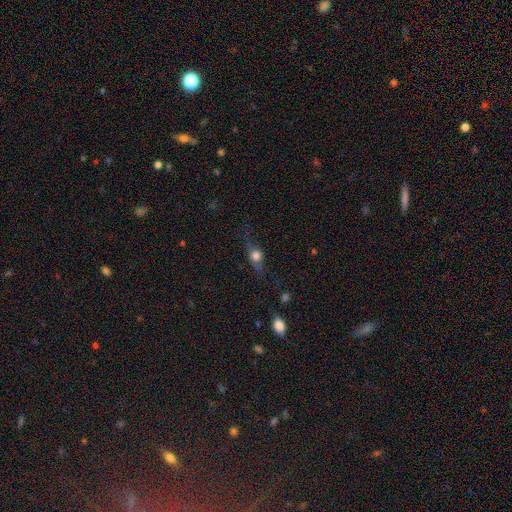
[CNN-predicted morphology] smooth 57%, featured or disk 31%, star or artifact 12%. Down the decision tree: how rounded — round (41%, tied with in between); merging — none (62%).